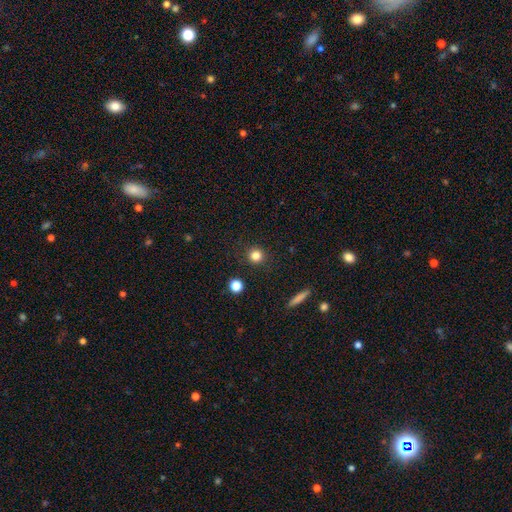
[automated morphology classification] This is clearly a smooth galaxy (82%). How rounded: clearly round (93%). Merging: clearly none (91%).